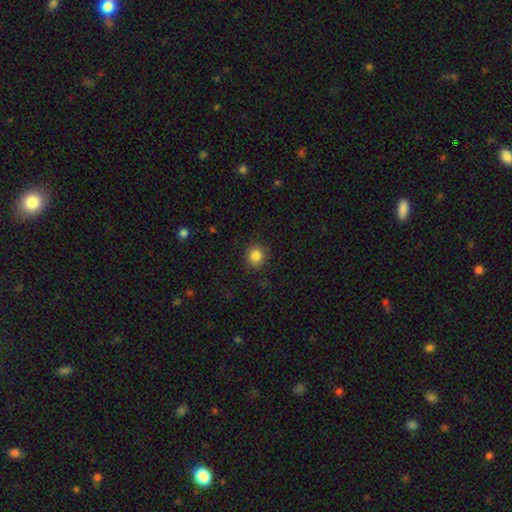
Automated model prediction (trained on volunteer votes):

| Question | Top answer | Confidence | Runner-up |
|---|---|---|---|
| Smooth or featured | smooth | 85% | star or artifact (11%) |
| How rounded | round | 88% | in between (11%) |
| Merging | none | 89% | minor disturbance (7%) |